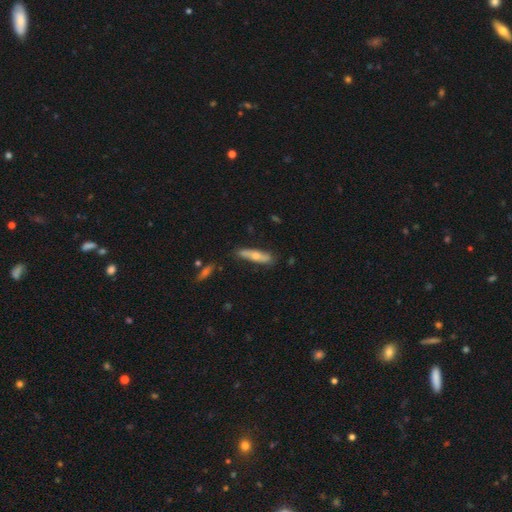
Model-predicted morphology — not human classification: Smooth or featured? Predicted: smooth (p=0.54). How rounded? Predicted: cigar-shaped (p=0.73). Merging? Predicted: none (p=0.78).